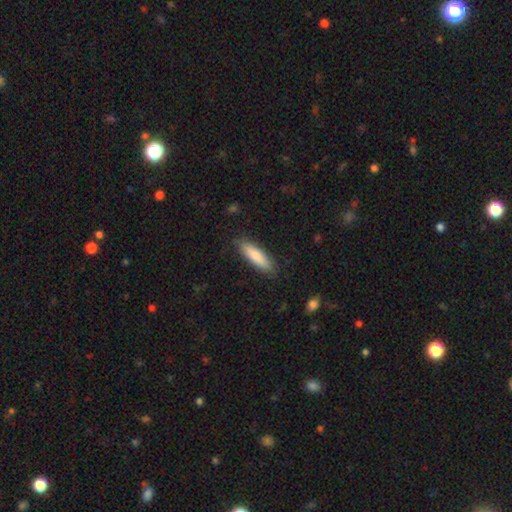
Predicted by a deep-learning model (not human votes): Overall: smooth (82%). How rounded: cigar-shaped (64%; in between 34%). Merging: none (85%).